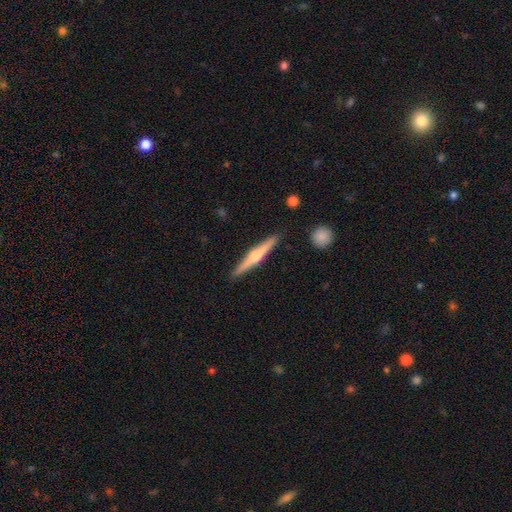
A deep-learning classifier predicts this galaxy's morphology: Overall: featured or disk (66%; smooth 28%). Edge-on disk: yes (98%). Edge-on bulge: rounded (91%). Merging: none (90%).